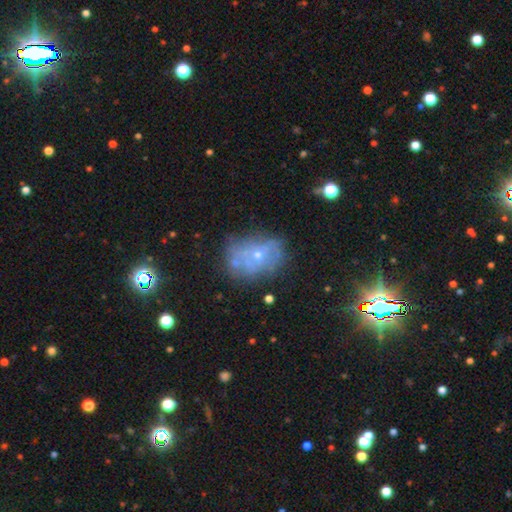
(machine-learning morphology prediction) Smooth or featured: featured or disk — 52% (smooth — 29%)
Edge-on disk: no — 95% (yes — 5%)
Merging: none — 53% (minor disturbance — 24%)